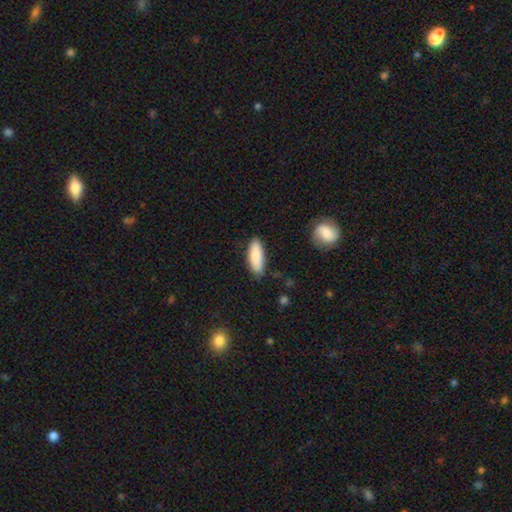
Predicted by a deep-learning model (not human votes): A smooth galaxy with no disk features (85%) that is in between round and cigar-shaped (62%). Merging: none (84%).